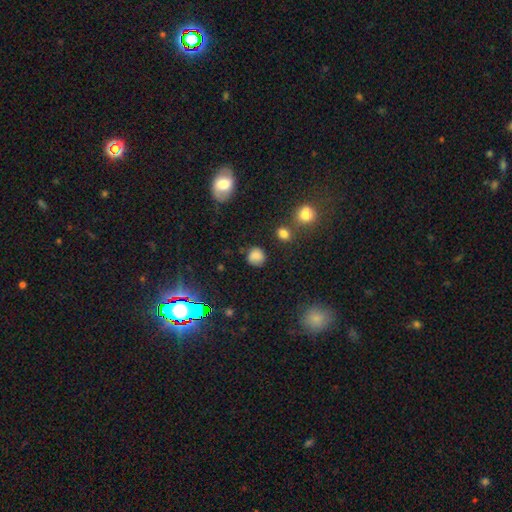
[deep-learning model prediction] This is likely a smooth galaxy (79%). How rounded: clearly round (83%). Merging: likely none (76%).